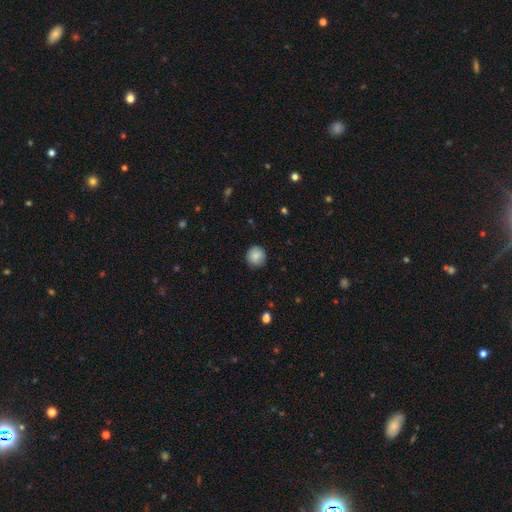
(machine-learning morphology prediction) type=smooth (85%); roundness=round (93%); merging=none (88%).